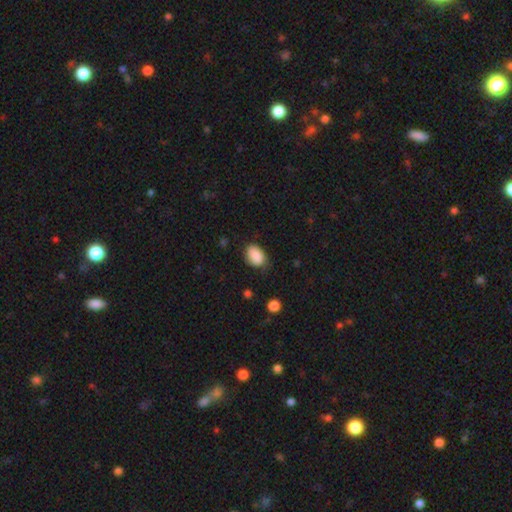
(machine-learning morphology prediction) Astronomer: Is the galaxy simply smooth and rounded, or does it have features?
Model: smooth — 86%.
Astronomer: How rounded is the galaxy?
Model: in between — 80%.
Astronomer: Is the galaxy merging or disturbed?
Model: none — 69%.